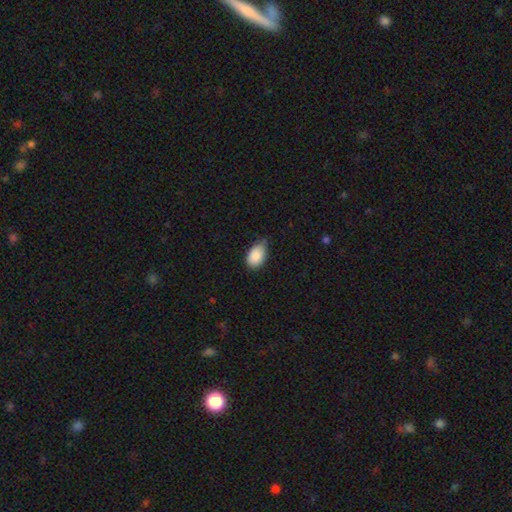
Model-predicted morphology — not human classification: smooth-or-featured: smooth: 88% | star or artifact: 7% | featured or disk: 5%
  how-rounded: in between: 89% | round: 10% | cigar-shaped: 1%
  merging: none: 54% | minor disturbance: 40% | major disturbance: 5% | merger: 2%